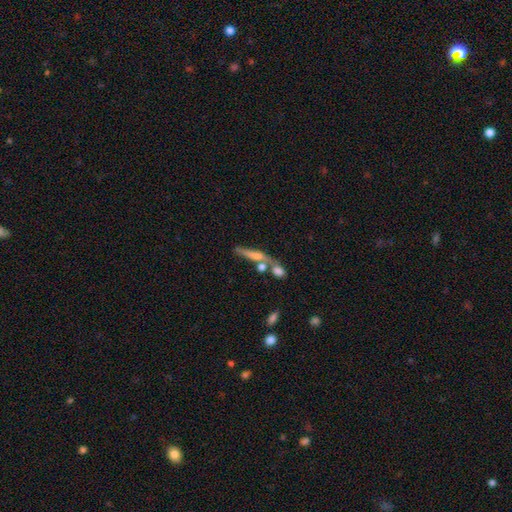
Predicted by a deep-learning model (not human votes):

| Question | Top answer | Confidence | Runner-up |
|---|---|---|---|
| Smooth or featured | featured or disk | 46% | smooth (39%) |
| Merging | none | 59% | merger (22%) |